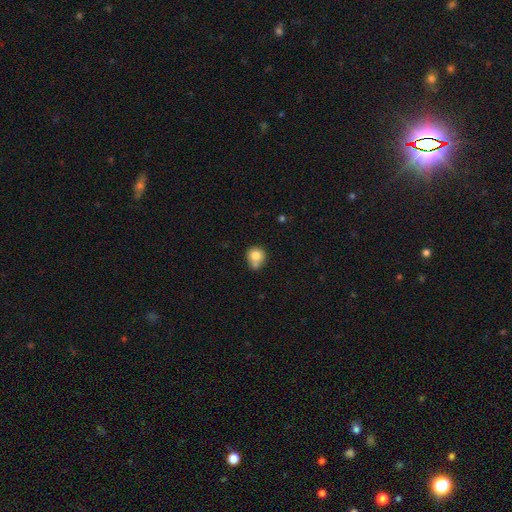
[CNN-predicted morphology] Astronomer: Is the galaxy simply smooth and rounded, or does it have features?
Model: smooth — 79%.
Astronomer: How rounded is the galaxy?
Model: round — 84%.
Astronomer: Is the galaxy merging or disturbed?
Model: none — 50% (runner-up: merger, 28%).